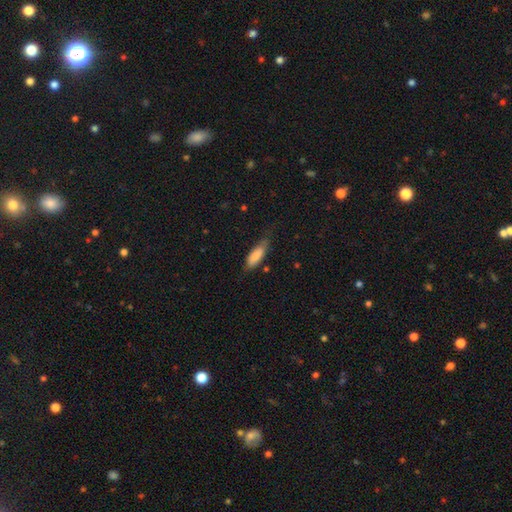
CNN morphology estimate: type=smooth (81%); roundness=in between (62%); merging=none (62%).